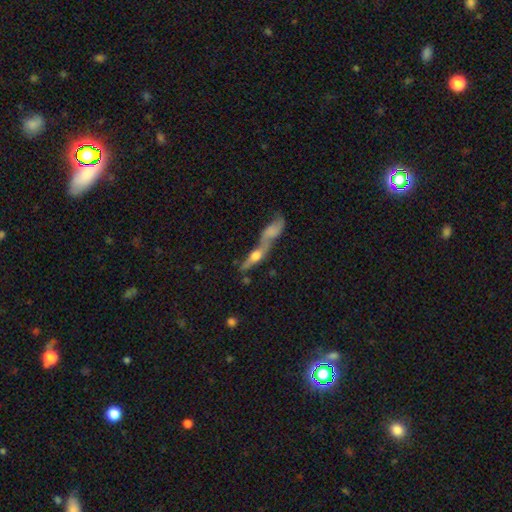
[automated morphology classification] Smooth or featured: featured or disk — 56% (smooth — 35%)
Edge-on disk: yes — 78% (no — 22%)
Merging: merger — 60% (none — 25%)